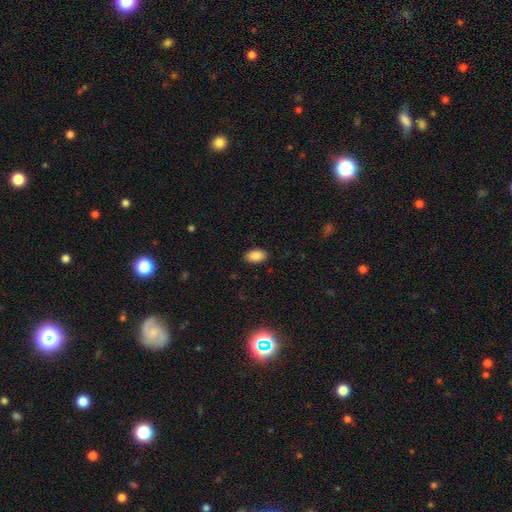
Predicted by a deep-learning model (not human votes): This appears to be a smooth galaxy with no disk features (89%) that is in between round and cigar-shaped (92%). Merging: none (85%).